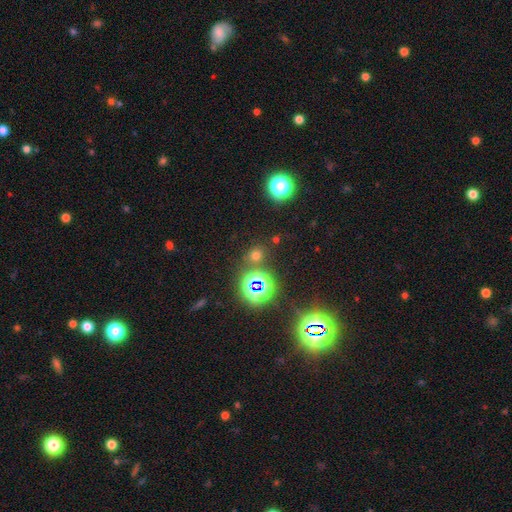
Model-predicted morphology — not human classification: Smooth or featured? Predicted: smooth (p=0.57). How rounded? Predicted: round (p=0.79). Merging? Predicted: none (p=0.80).